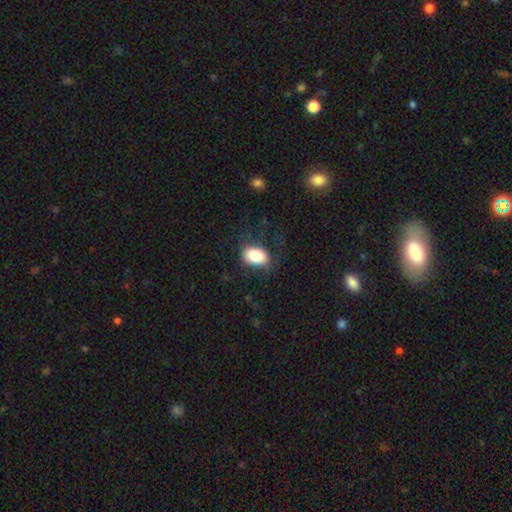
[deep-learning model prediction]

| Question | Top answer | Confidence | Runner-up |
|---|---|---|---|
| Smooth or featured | smooth | 86% | star or artifact (7%) |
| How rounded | in between | 87% | round (12%) |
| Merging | none | 73% | minor disturbance (17%) |